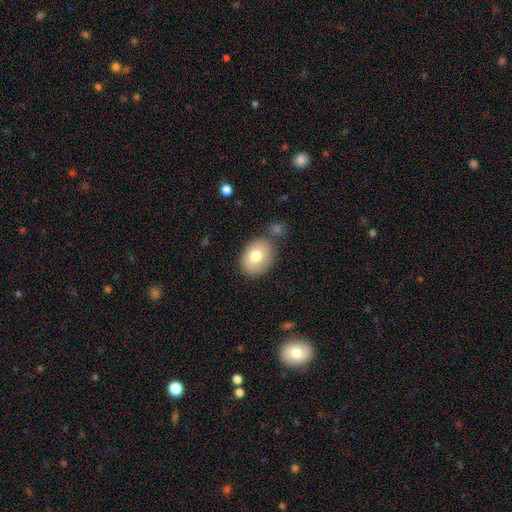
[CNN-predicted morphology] A smooth galaxy with no disk features (76%) that is in between round and cigar-shaped (65%).

Vote fractions:
- Smooth or featured? smooth: 76% / featured or disk: 15% / star or artifact: 8%
- How rounded? in between: 65% / round: 34% / cigar-shaped: 1%
- Merging? none: 73% / minor disturbance: 14% / merger: 9% / major disturbance: 4%